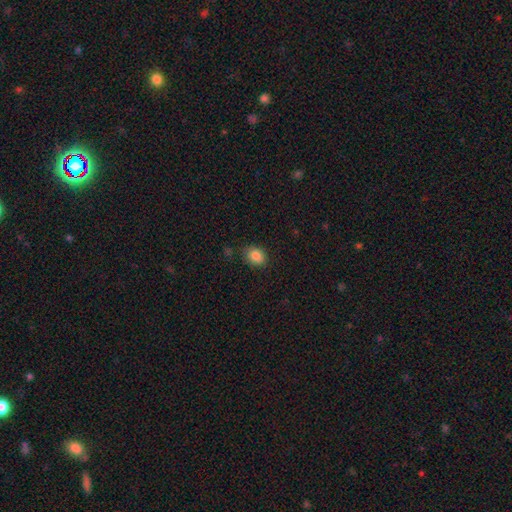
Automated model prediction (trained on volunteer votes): Q: Smooth or featured?
A: smooth (84%); runner-up: star or artifact (10%)
Q: How rounded?
A: in between (54%); runner-up: round (45%)
Q: Merging?
A: none (81%); runner-up: minor disturbance (14%)